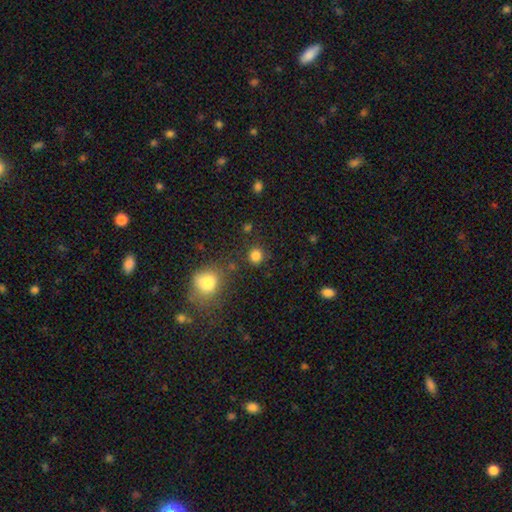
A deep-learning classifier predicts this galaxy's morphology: Smooth or featured? smooth (82%)
How rounded? round (87%)
Merging? none (84%)